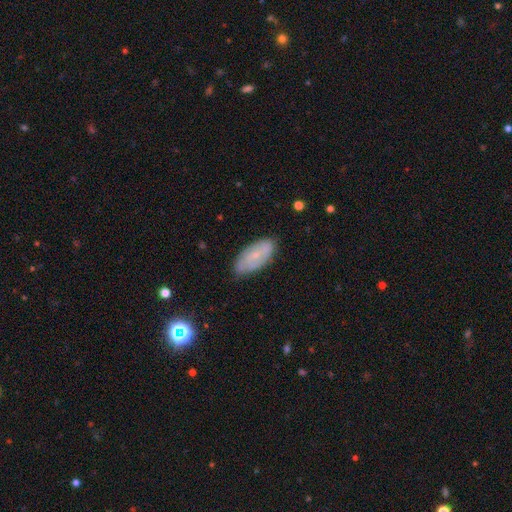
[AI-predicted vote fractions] This is possibly a featured or disk galaxy (53%). It is clearly not viewed edge-on (90%). Merging: likely none (76%).